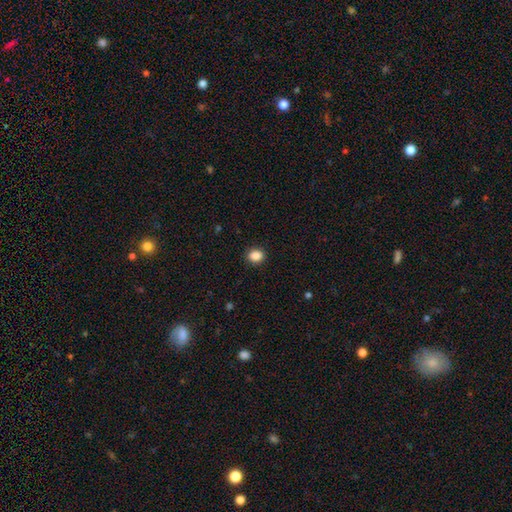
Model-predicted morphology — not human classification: A smooth galaxy with no disk features (87%) that is round (65%). Merging: none (91%).